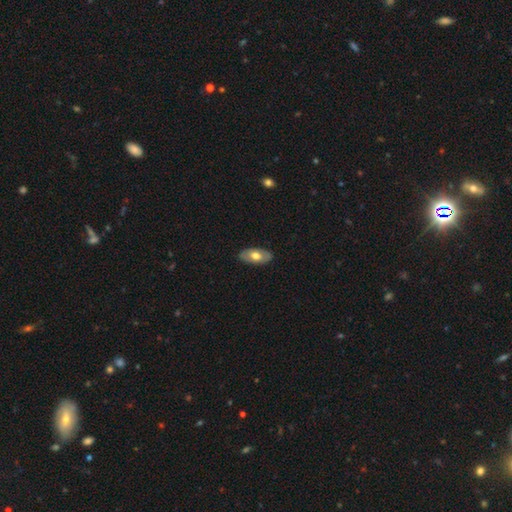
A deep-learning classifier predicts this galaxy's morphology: Smooth or featured? smooth (58%)
How rounded? in between (93%)
Merging? none (87%)